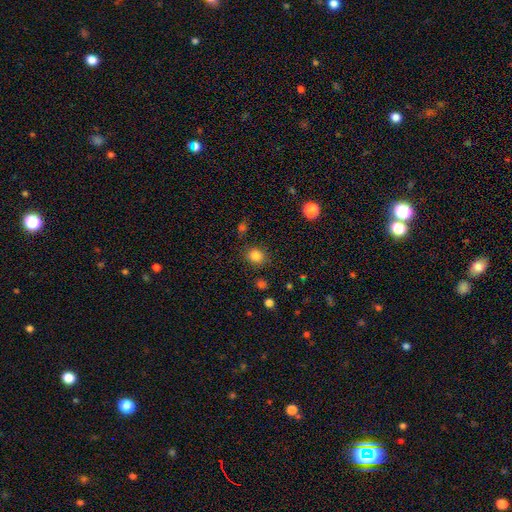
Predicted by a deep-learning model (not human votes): A smooth galaxy with no disk features (83%) that is round (77%). Merging: none (84%).